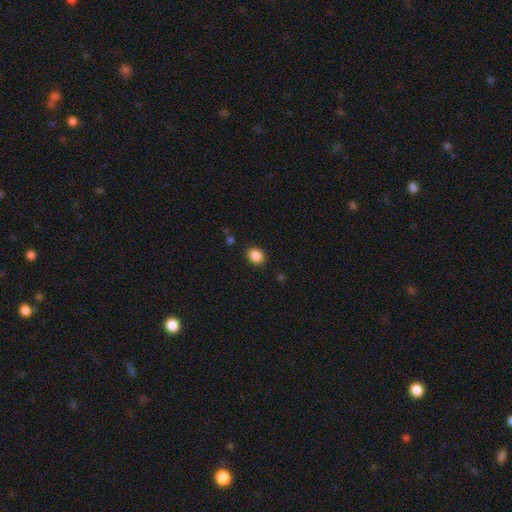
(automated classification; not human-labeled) smooth_or_featured: smooth (p=0.88) [alt: star or artifact p=0.09]
how_rounded: round (p=0.54) [alt: in between p=0.45]
merging: none (p=0.88) [alt: minor disturbance p=0.08]